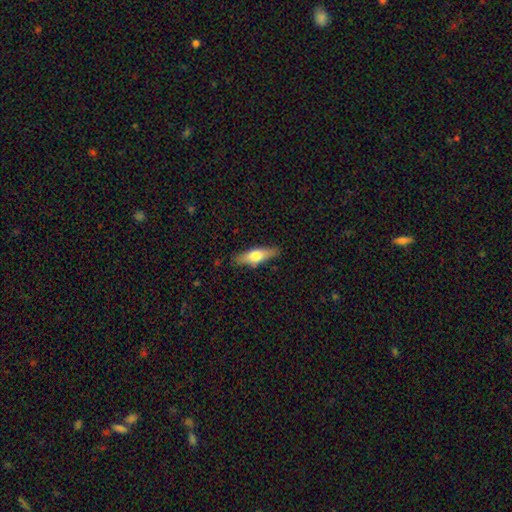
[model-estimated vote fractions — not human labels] Overall: smooth (57%; featured or disk 37%). How rounded: cigar-shaped (55%; in between 43%). Merging: none (86%).